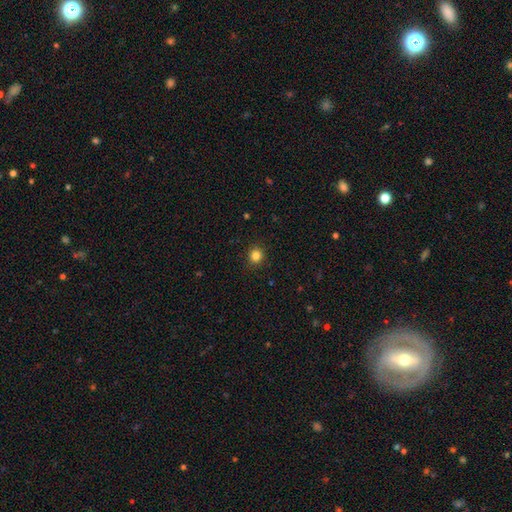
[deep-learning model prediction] This is clearly a smooth galaxy (83%). How rounded: clearly round (88%). Merging: clearly none (91%).